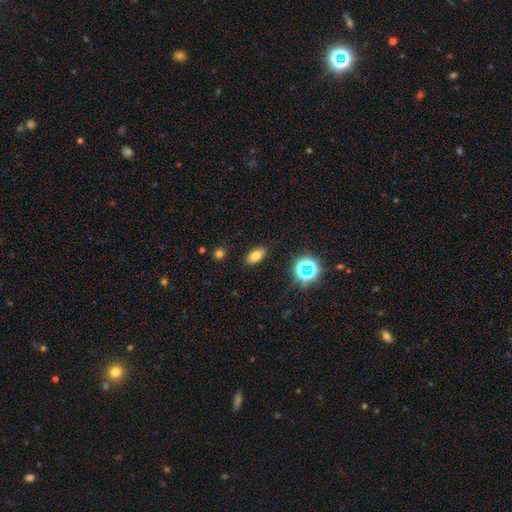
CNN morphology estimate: Q: Smooth or featured?
A: smooth (70%); runner-up: star or artifact (17%)
Q: How rounded?
A: in between (87%); runner-up: round (7%)
Q: Merging?
A: none (88%); runner-up: minor disturbance (8%)